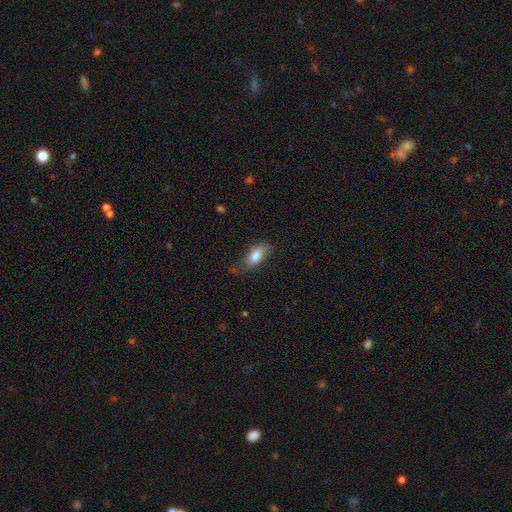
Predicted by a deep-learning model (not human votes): Overall: smooth (80%). How rounded: in between (86%). Merging: none (54%; minor disturbance 31%).